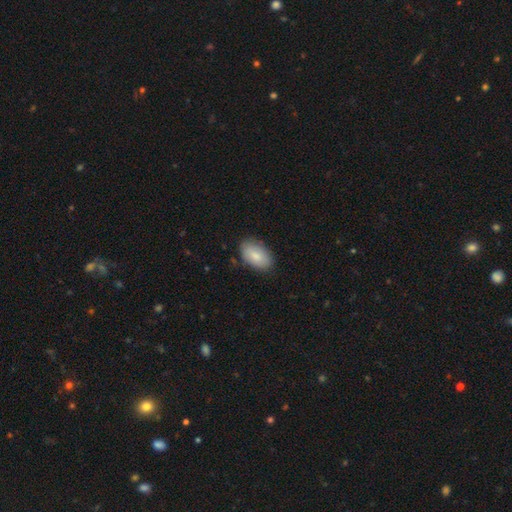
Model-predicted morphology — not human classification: This is clearly a smooth galaxy (85%). How rounded: clearly in between (94%). Merging: clearly none (82%).